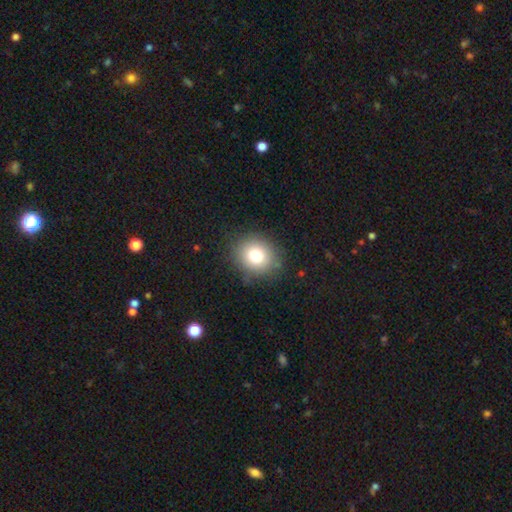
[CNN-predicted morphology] This is likely a smooth galaxy (77%). How rounded: likely round (78%). Merging: clearly none (84%).